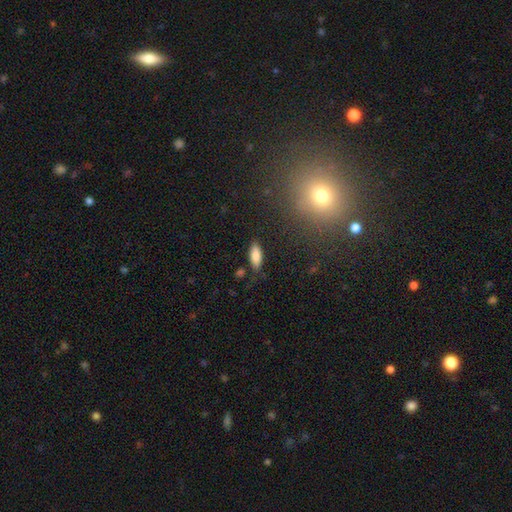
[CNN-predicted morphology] The model was most divided on "how rounded": in between: 79%, cigar-shaped: 19%, round: 2%. More confident: smooth or featured — smooth (84%); merging — none (80%).